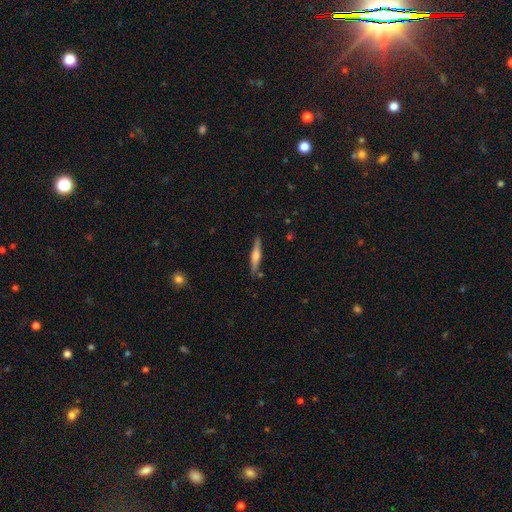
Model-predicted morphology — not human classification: smooth_or_featured: featured or disk (p=0.57) [alt: smooth p=0.36]
disk_edge_on: yes (p=0.97) [alt: no p=0.03]
edge_on_bulge: rounded (p=0.83) [alt: boxy p=0.11]
merging: none (p=0.86) [alt: minor disturbance p=0.09]